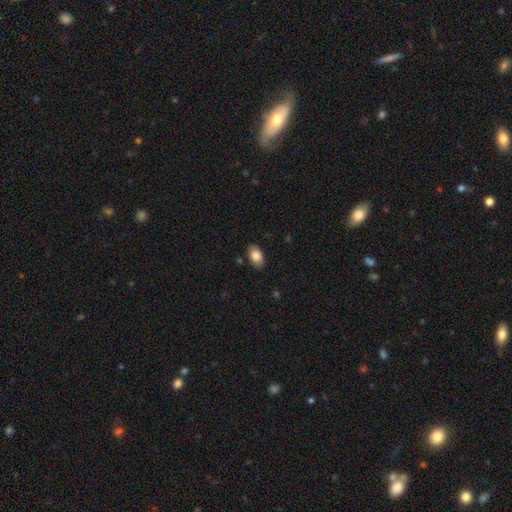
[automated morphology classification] smooth-or-featured: smooth: 84% | featured or disk: 9% | star or artifact: 7%
  how-rounded: in between: 93% | round: 5% | cigar-shaped: 2%
  merging: none: 86% | minor disturbance: 10% | major disturbance: 2% | merger: 1%